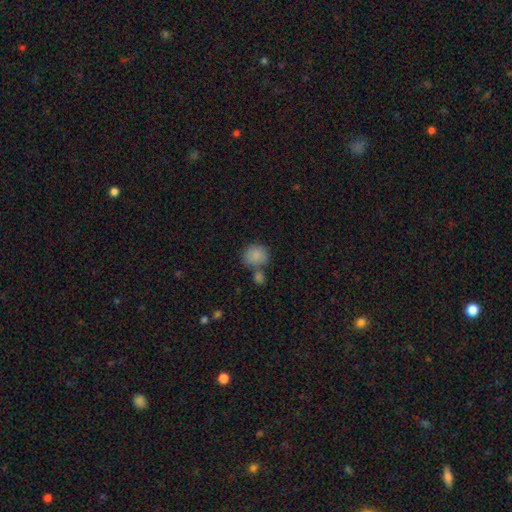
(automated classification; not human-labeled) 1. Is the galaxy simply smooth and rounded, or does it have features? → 85% smooth, 8% star or artifact, 7% featured or disk.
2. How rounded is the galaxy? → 74% round, 25% in between, 1% cigar-shaped.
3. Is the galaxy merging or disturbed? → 52% none, 30% merger, 13% minor disturbance, 5% major disturbance.